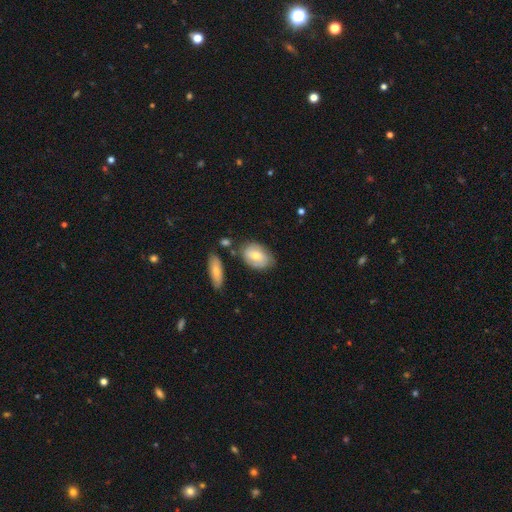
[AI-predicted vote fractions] Q: Smooth or featured?
A: smooth (54%); runner-up: featured or disk (40%)
Q: How rounded?
A: in between (84%); runner-up: round (13%)
Q: Merging?
A: none (67%); runner-up: minor disturbance (20%)